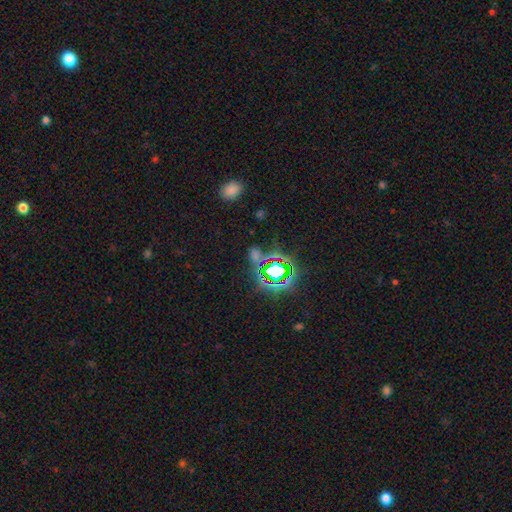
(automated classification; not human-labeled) The model was most divided on "smooth or featured": star or artifact: 65%, smooth: 27%, featured or disk: 8%.